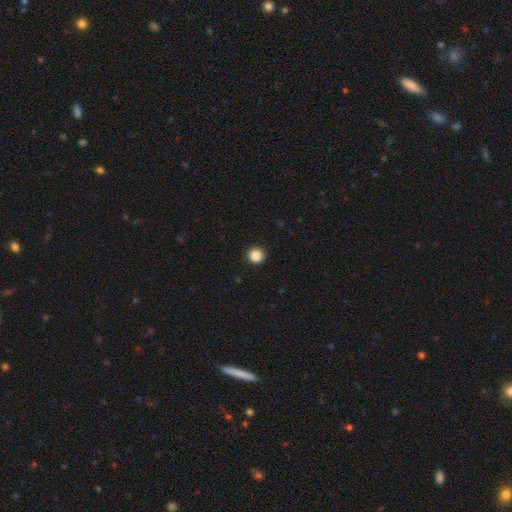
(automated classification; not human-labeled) Smooth or featured: smooth — 87% (star or artifact — 10%)
How rounded: round — 96% (in between — 3%)
Merging: none — 94% (minor disturbance — 4%)